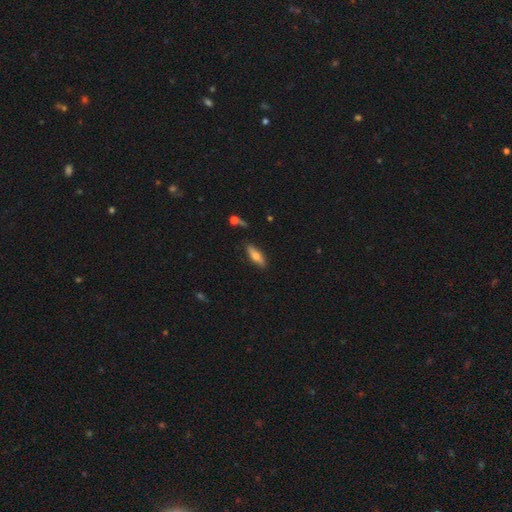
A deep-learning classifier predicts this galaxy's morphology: Smooth or featured: smooth — 67% (featured or disk — 26%)
How rounded: cigar-shaped — 49% (in between — 48%)
Merging: none — 83% (minor disturbance — 12%)